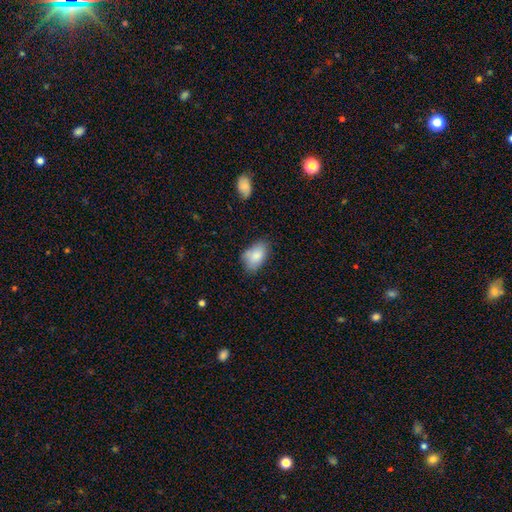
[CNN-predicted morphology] A smooth galaxy with no disk features (84%) that is in between round and cigar-shaped (91%).

Vote fractions:
- Smooth or featured? smooth: 84% / featured or disk: 9% / star or artifact: 7%
- How rounded? in between: 91% / round: 8% / cigar-shaped: 2%
- Merging? none: 65% / minor disturbance: 26% / major disturbance: 5% / merger: 3%